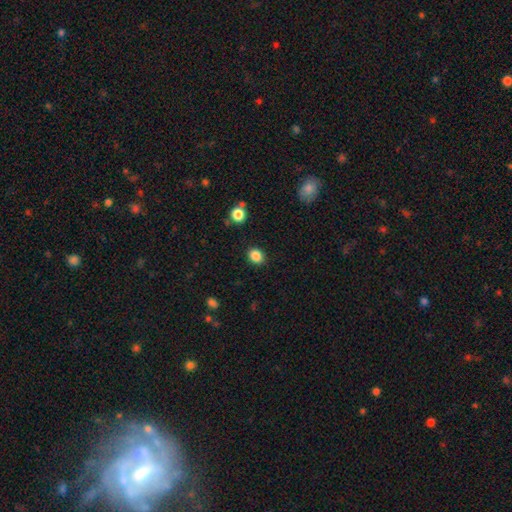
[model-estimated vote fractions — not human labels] A smooth galaxy with no disk features (86%) that is round (55%). Merging: none (88%).